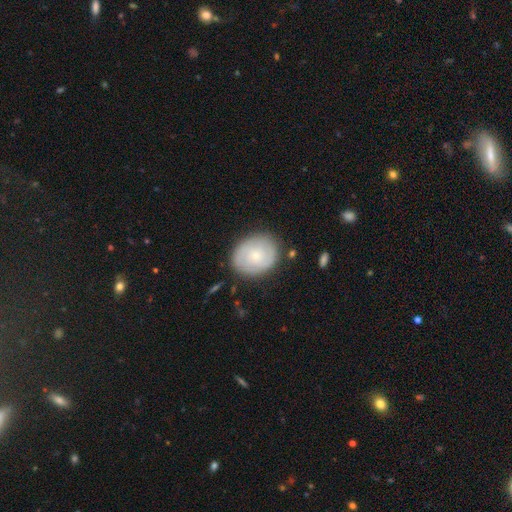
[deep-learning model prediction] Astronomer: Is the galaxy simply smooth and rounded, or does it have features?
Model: smooth — 47% (runner-up: featured or disk, 46%).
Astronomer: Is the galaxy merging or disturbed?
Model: none — 82%.